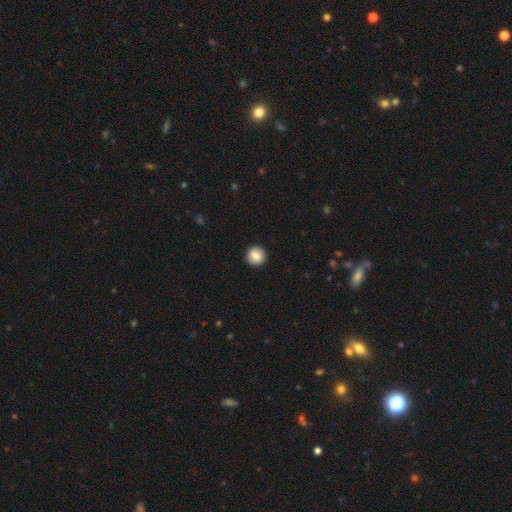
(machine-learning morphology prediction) Smooth or featured? Predicted: smooth (p=0.86). How rounded? Predicted: round (p=0.93). Merging? Predicted: none (p=0.93).